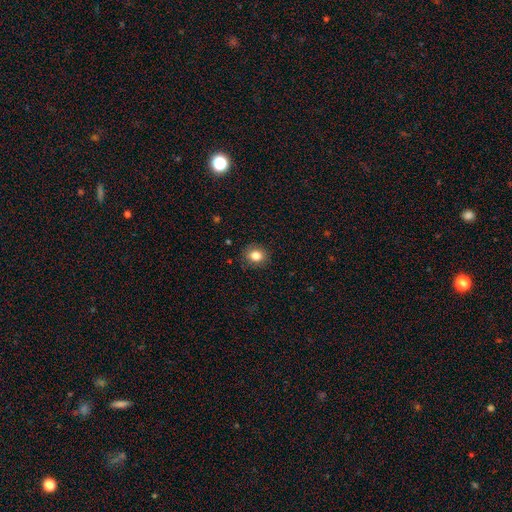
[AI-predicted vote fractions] A smooth galaxy with no disk features (83%) that is round (67%).

Vote fractions:
- Smooth or featured? smooth: 83% / star or artifact: 10% / featured or disk: 6%
- How rounded? round: 67% / in between: 32% / cigar-shaped: 1%
- Merging? none: 87% / minor disturbance: 10% / major disturbance: 3% / merger: 1%